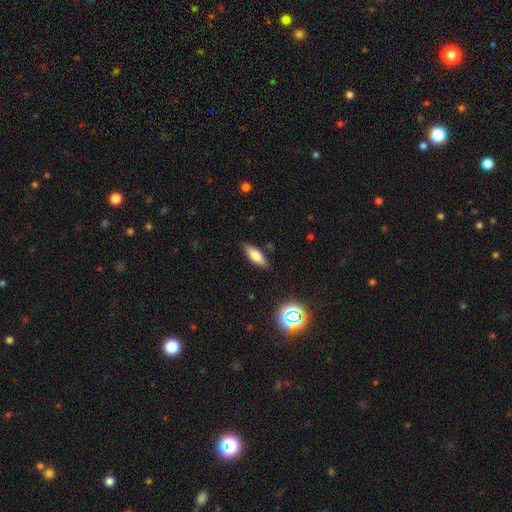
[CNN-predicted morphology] Smooth or featured: smooth — 76% (featured or disk — 15%)
How rounded: in between — 68% (cigar-shaped — 30%)
Merging: none — 84% (minor disturbance — 12%)